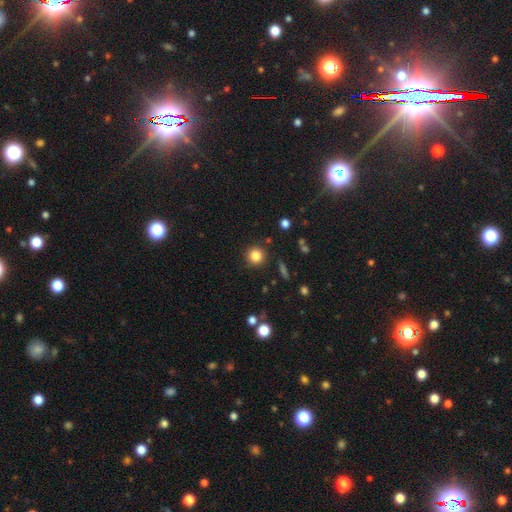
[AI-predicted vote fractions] The model was most divided on "smooth or featured": smooth: 83%, star or artifact: 11%, featured or disk: 5%. More confident: how rounded — round (93%); merging — none (89%).